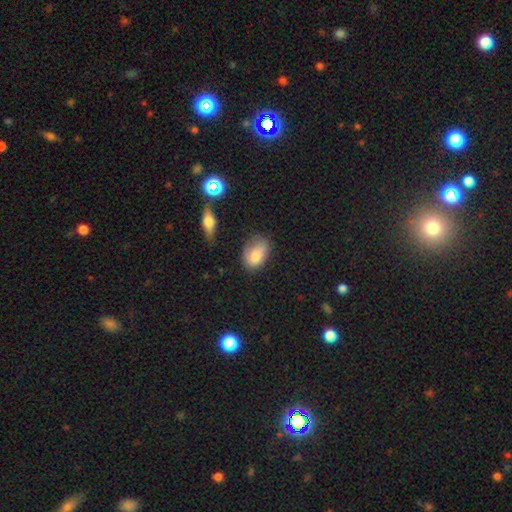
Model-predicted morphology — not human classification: This appears to be a smooth galaxy with no disk features (77%) that is in between round and cigar-shaped (85%). Merging: none (53%).